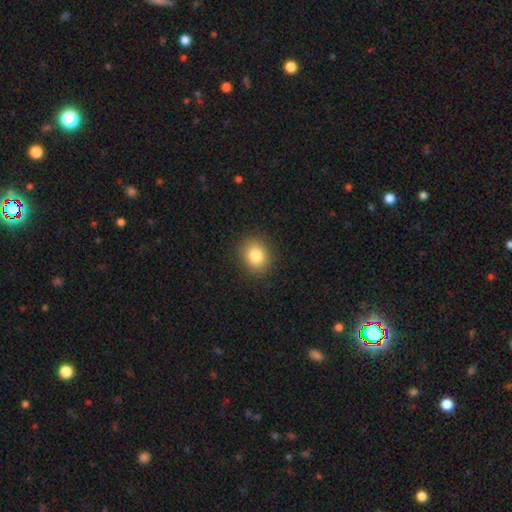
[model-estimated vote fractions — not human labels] A smooth galaxy with no disk features (83%) that is round (68%).

Vote fractions:
- Smooth or featured? smooth: 83% / star or artifact: 10% / featured or disk: 7%
- How rounded? round: 68% / in between: 31% / cigar-shaped: 1%
- Merging? none: 89% / minor disturbance: 8% / major disturbance: 2% / merger: 1%